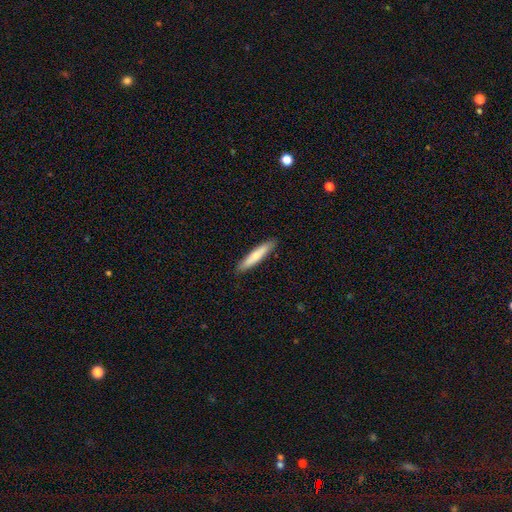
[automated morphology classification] Smooth or featured?
  - smooth: 70% *
  - featured or disk: 25%
  - star or artifact: 5%
How rounded?
  - cigar-shaped: 90% *
  - in between: 9%
  - round: 1%
Merging?
  - none: 90% *
  - minor disturbance: 8%
  - major disturbance: 1%
  - merger: 1%